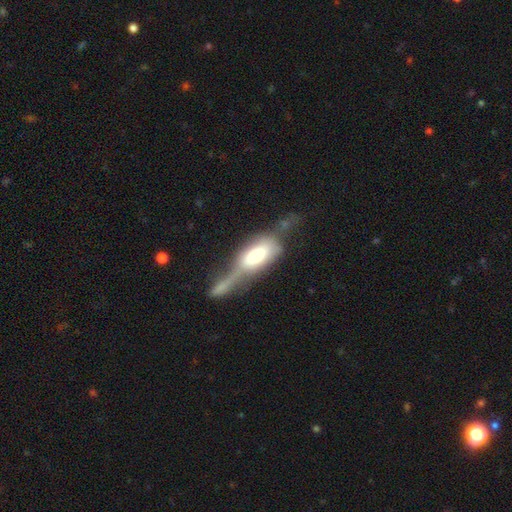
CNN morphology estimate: smooth_or_featured: smooth (p=0.60) [alt: featured or disk p=0.32]
how_rounded: in between (p=0.80) [alt: cigar-shaped p=0.16]
merging: major disturbance (p=0.34) [alt: merger p=0.33]